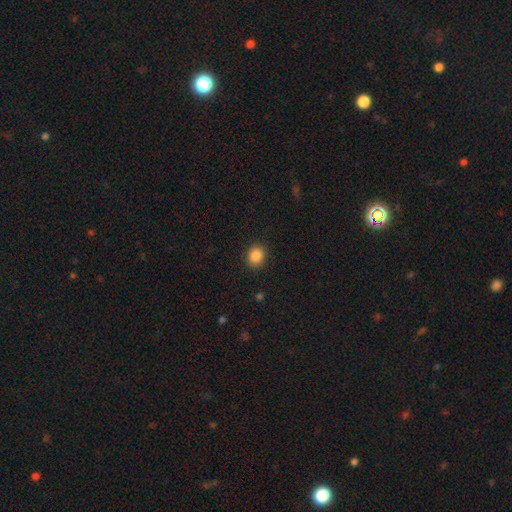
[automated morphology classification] smooth 87%, star or artifact 9%, featured or disk 4%. Down the decision tree: how rounded — round (72%); merging — none (91%).